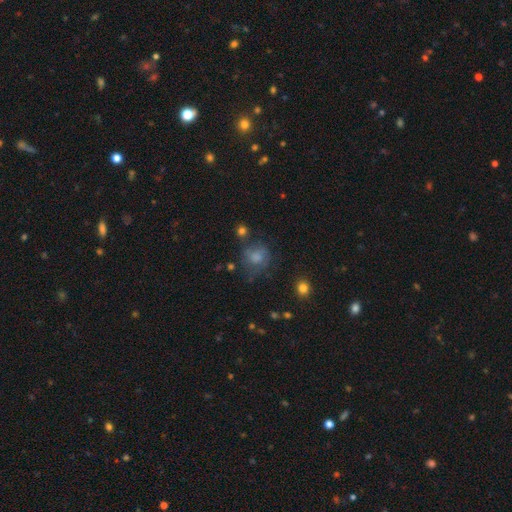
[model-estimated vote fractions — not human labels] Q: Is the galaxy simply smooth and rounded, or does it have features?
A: smooth — 52%.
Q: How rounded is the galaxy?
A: round — 77%.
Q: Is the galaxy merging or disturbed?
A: none — 61%.